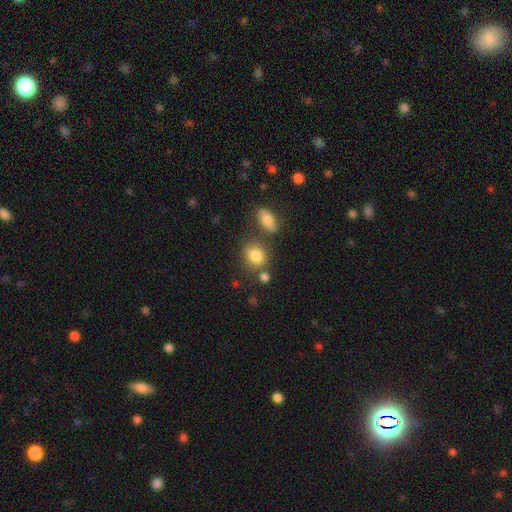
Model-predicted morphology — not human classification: Smooth or featured: smooth — 83% (star or artifact — 10%)
How rounded: in between — 49% (tied with round — 49%)
Merging: none — 64% (merger — 17%)